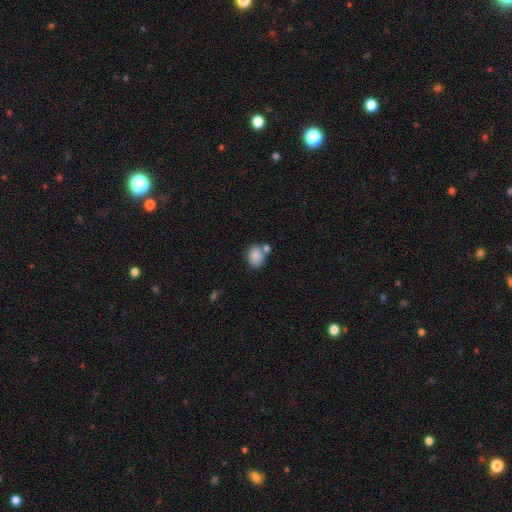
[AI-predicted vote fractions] A smooth galaxy with no disk features (86%) that is in between round and cigar-shaped (60%). Merging: none (58%).